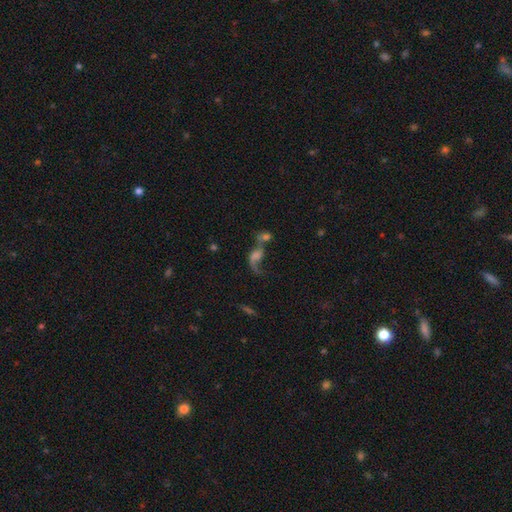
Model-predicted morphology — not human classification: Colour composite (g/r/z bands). It shows a featured or disk galaxy (56%) with no bar (66%), spiral arms (75%) and no central bulge (37%). Merging: merger (55%).